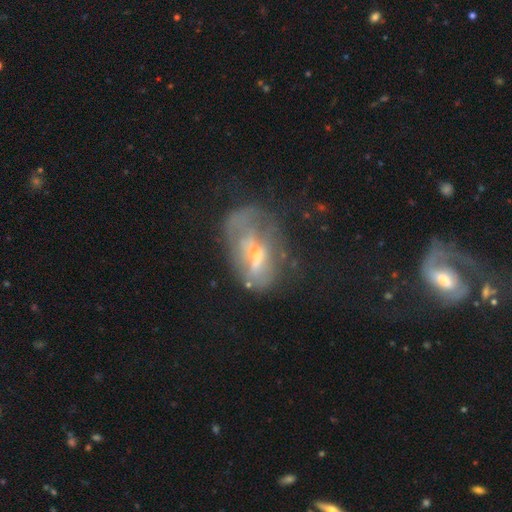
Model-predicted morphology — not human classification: type=featured or disk (52%); edge-on=no (93%); merging=major disturbance (40%).